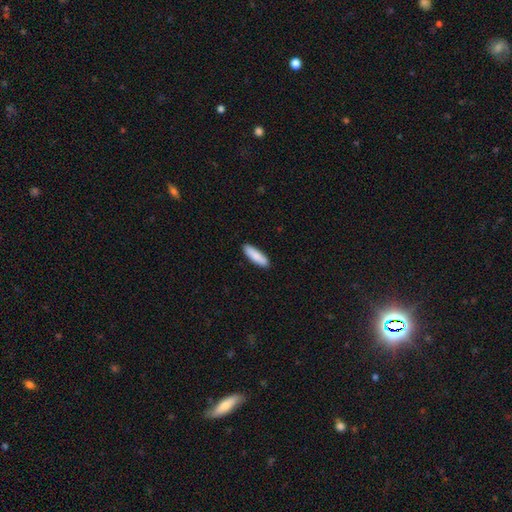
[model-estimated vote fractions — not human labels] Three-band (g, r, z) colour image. It shows a smooth galaxy with no disk features (87%) that is cigar-shaped (61%). Merging: none (89%).